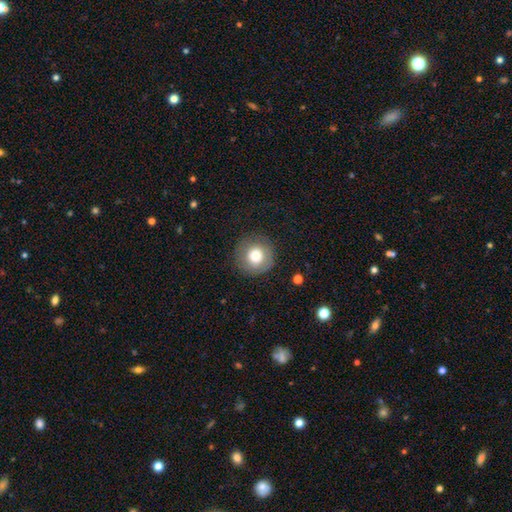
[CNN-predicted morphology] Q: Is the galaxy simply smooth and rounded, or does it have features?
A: smooth — 76%.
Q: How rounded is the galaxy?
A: round — 93%.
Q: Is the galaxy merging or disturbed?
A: none — 82%.